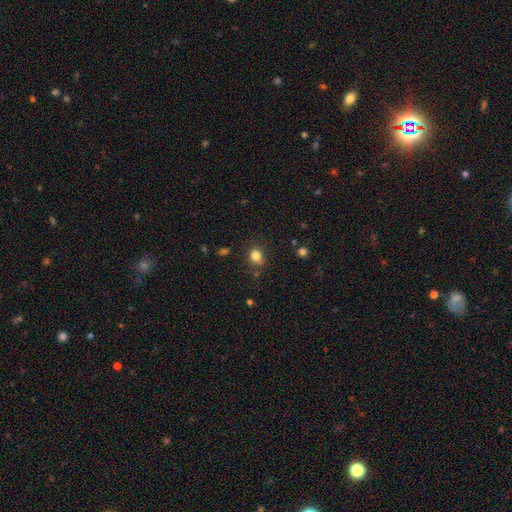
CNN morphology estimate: Smooth or featured? Predicted: smooth (p=0.81). How rounded? Predicted: round (p=0.72). Merging? Predicted: none (p=0.74).